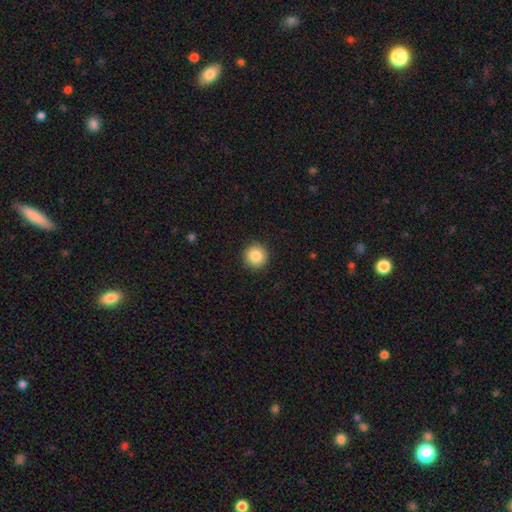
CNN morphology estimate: Smooth or featured? smooth (86%)
How rounded? round (95%)
Merging? none (92%)